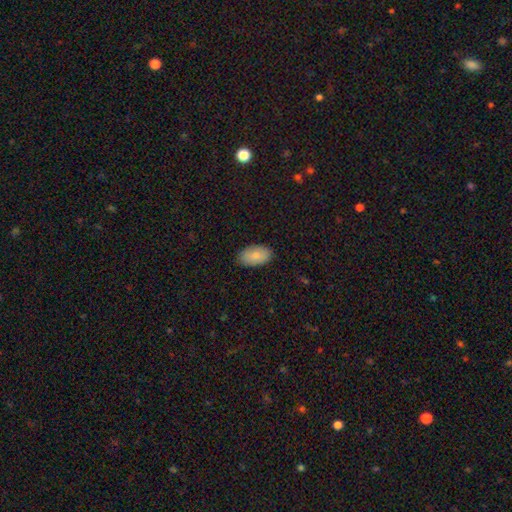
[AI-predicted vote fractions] Smooth or featured? Predicted: smooth (p=0.86). How rounded? Predicted: in between (p=0.94). Merging? Predicted: none (p=0.88).